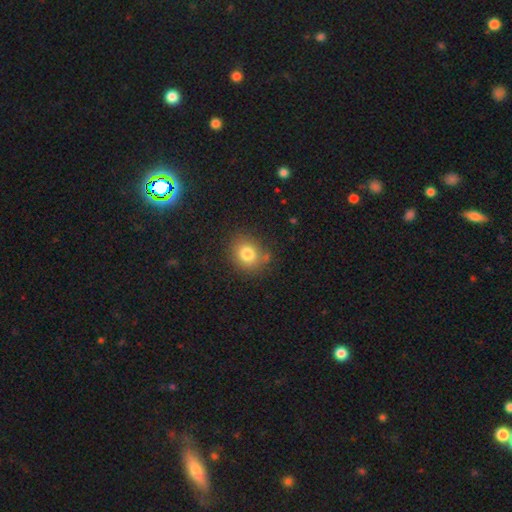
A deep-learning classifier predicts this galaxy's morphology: This appears to be a smooth galaxy with no disk features (60%) that is round (83%). Merging: none (88%).